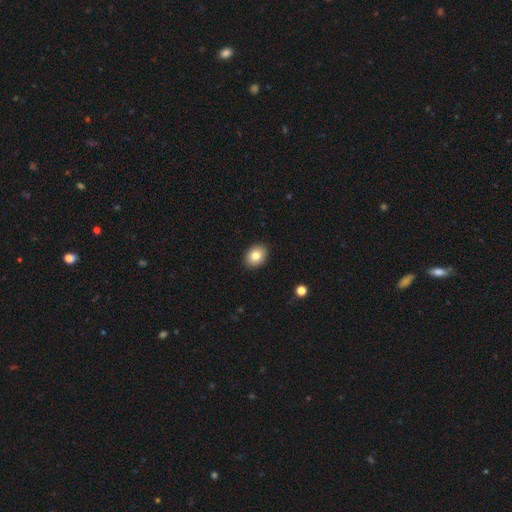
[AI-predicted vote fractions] A smooth galaxy with no disk features (81%) that is in between round and cigar-shaped (59%). Merging: none (90%).